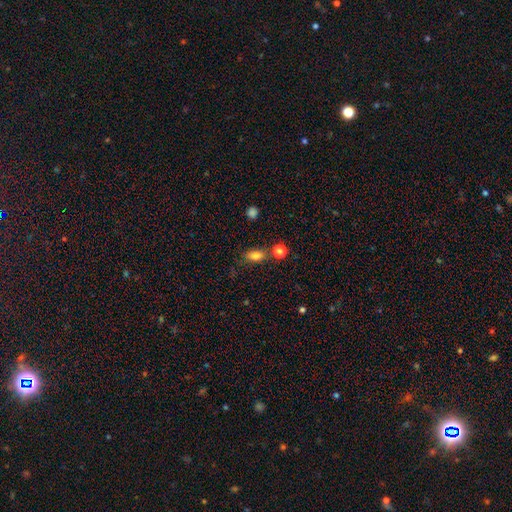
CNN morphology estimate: A smooth galaxy with no disk features (82%) that is in between round and cigar-shaped (80%).

Vote fractions:
- Smooth or featured? smooth: 82% / star or artifact: 11% / featured or disk: 7%
- How rounded? in between: 80% / round: 16% / cigar-shaped: 5%
- Merging? none: 69% / minor disturbance: 15% / merger: 11% / major disturbance: 5%